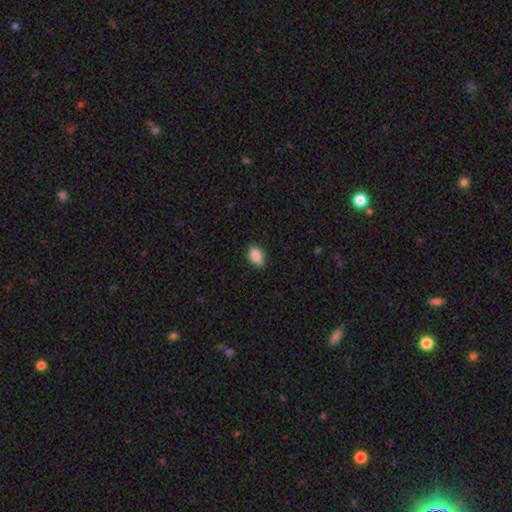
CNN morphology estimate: Smooth or featured? smooth (88%)
How rounded? in between (88%)
Merging? none (86%)